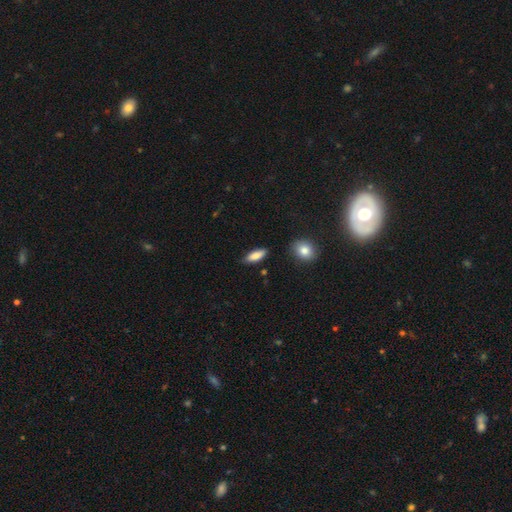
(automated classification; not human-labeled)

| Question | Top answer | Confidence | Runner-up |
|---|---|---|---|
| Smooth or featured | smooth | 82% | featured or disk (11%) |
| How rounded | in between | 67% | cigar-shaped (30%) |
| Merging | none | 83% | minor disturbance (13%) |